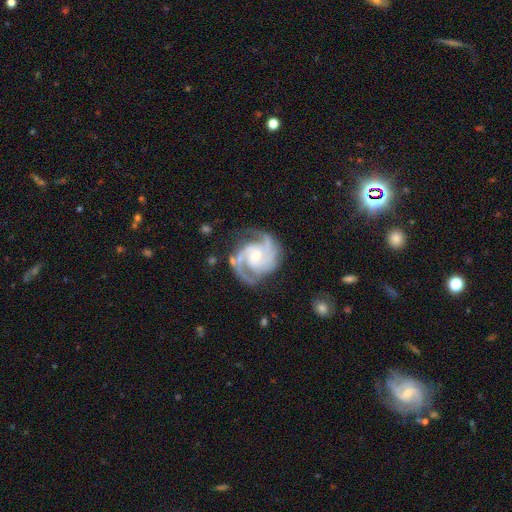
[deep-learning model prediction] Smooth or featured? Predicted: featured or disk (p=0.93). Edge-on disk? Predicted: no (p=0.98). Bar? Predicted: no (p=0.65). Spiral arms? Predicted: yes (p=0.99). Spiral winding? Predicted: tight (p=0.49). Spiral arm count? Predicted: 2 (p=0.57). Bulge size? Predicted: small (p=0.55). Merging? Predicted: none (p=0.75).